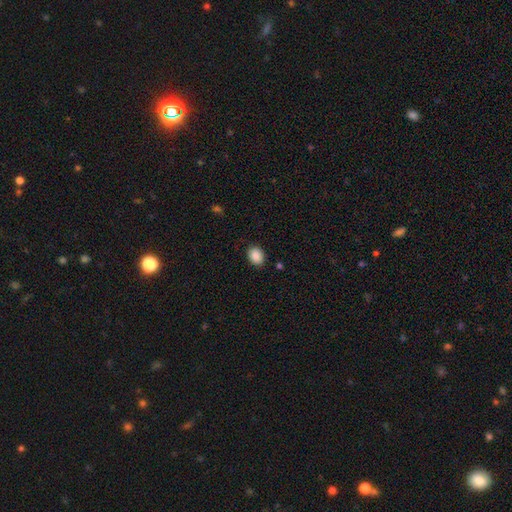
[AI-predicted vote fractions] Overall: smooth (89%). How rounded: in between (58%; round 42%). Merging: none (88%).